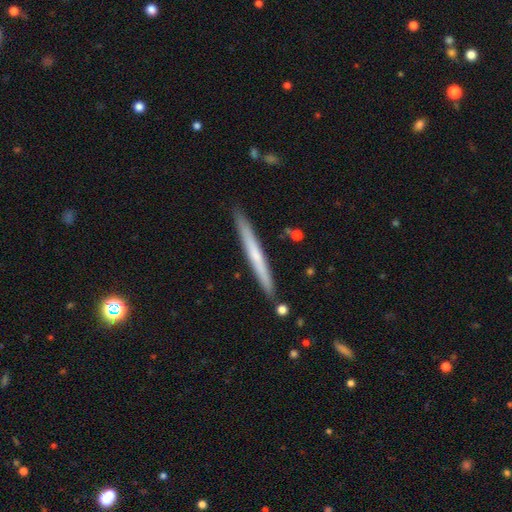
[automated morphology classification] smooth-or-featured: smooth: 49% | featured or disk: 46% | star or artifact: 6%
  merging: none: 90% | minor disturbance: 7% | merger: 2% | major disturbance: 1%